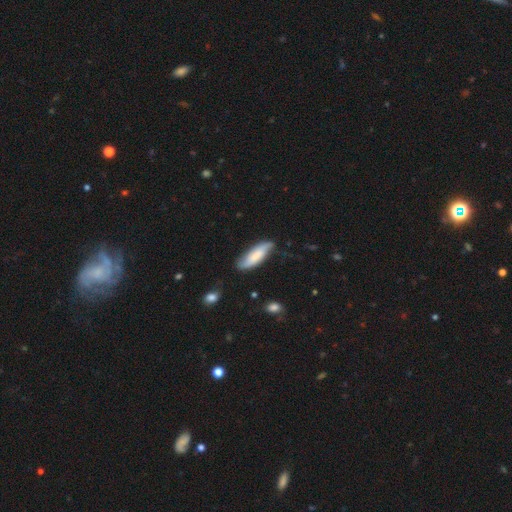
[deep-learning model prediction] This appears to be a smooth galaxy with no disk features (61%) that is in between round and cigar-shaped (54%). Merging: none (66%).